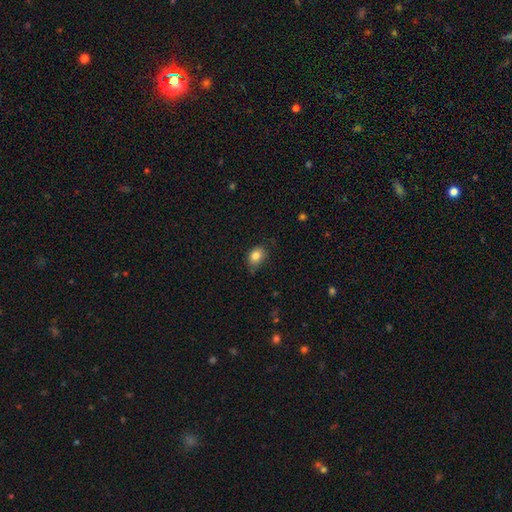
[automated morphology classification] Smooth or featured? smooth (83%)
How rounded? in between (72%)
Merging? none (73%)